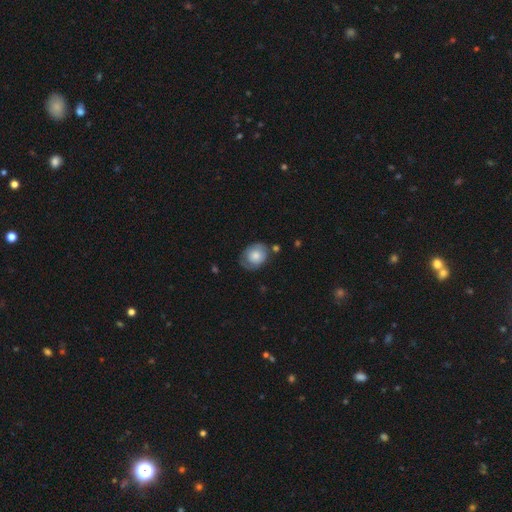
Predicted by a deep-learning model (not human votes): Smooth or featured? Predicted: smooth (p=0.64). How rounded? Predicted: round (p=0.51). Merging? Predicted: none (p=0.55).